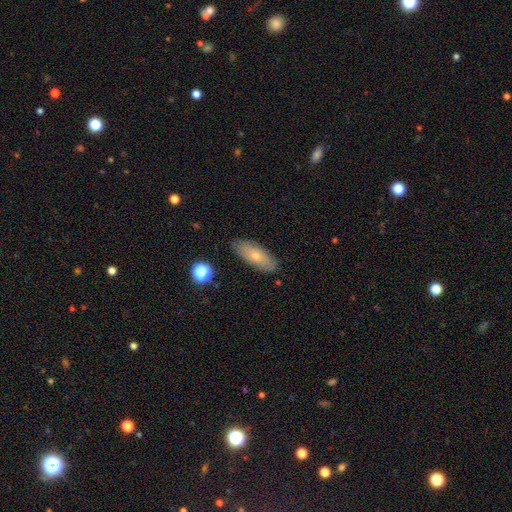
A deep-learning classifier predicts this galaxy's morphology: The model was most divided on "smooth or featured": smooth: 68%, featured or disk: 25%, star or artifact: 7%. More confident: merging — none (85%); how rounded — in between (72%).